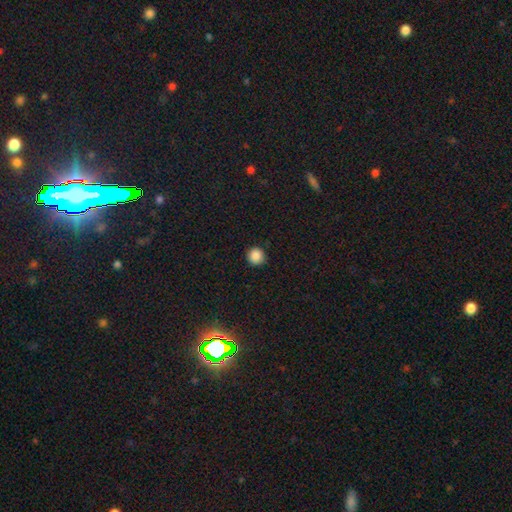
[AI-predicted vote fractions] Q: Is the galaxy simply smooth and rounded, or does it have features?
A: smooth — 87%.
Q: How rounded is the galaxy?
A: round — 95%.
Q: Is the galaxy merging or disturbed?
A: none — 91%.